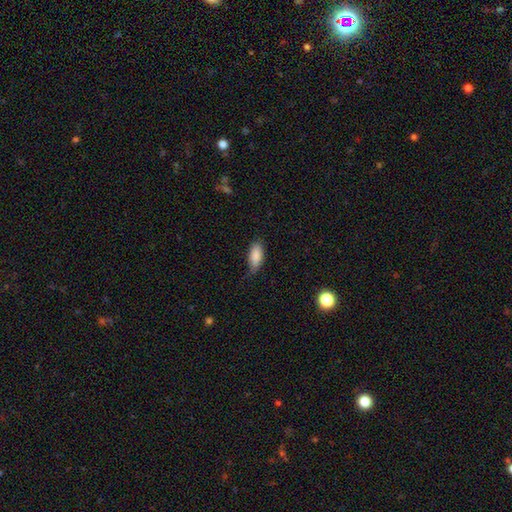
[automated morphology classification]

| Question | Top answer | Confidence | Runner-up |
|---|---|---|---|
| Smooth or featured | smooth | 86% | featured or disk (7%) |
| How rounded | in between | 87% | cigar-shaped (10%) |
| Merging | none | 54% | minor disturbance (36%) |